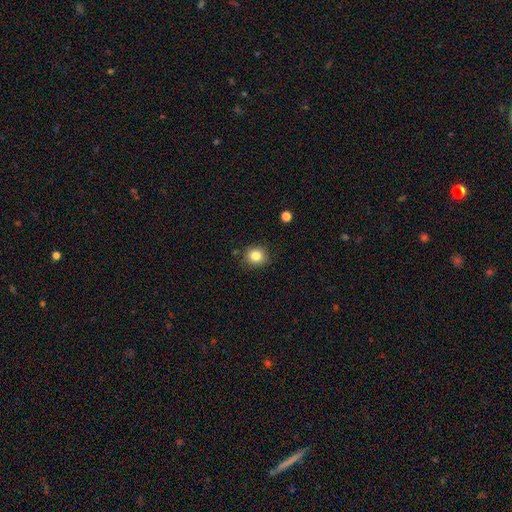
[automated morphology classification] The model was most divided on "how rounded": round: 81%, in between: 18%, cigar-shaped: 1%. More confident: merging — none (84%); smooth or featured — smooth (83%).